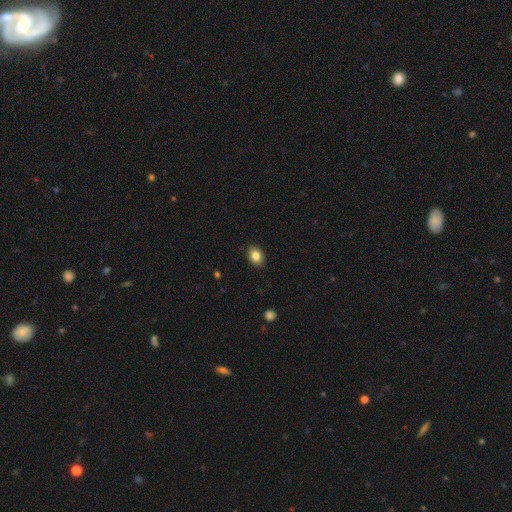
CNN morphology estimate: smooth_or_featured: smooth (p=0.84) [alt: star or artifact p=0.09]
how_rounded: in between (p=0.67) [alt: round p=0.32]
merging: none (p=0.89) [alt: minor disturbance p=0.08]